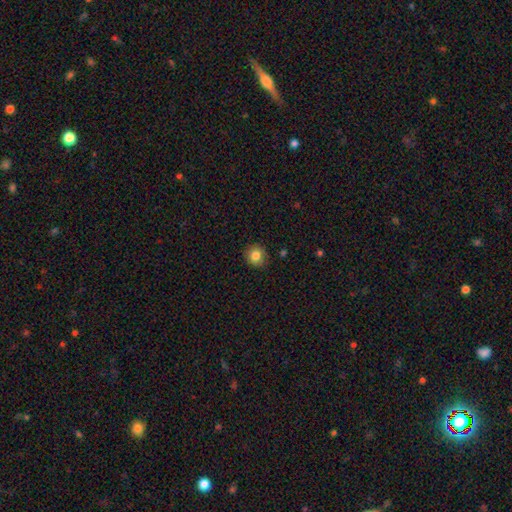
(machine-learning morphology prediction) Smooth or featured?
  - smooth: 83% *
  - star or artifact: 10%
  - featured or disk: 7%
How rounded?
  - round: 90% *
  - in between: 9%
  - cigar-shaped: 1%
Merging?
  - none: 89% *
  - minor disturbance: 8%
  - major disturbance: 2%
  - merger: 1%